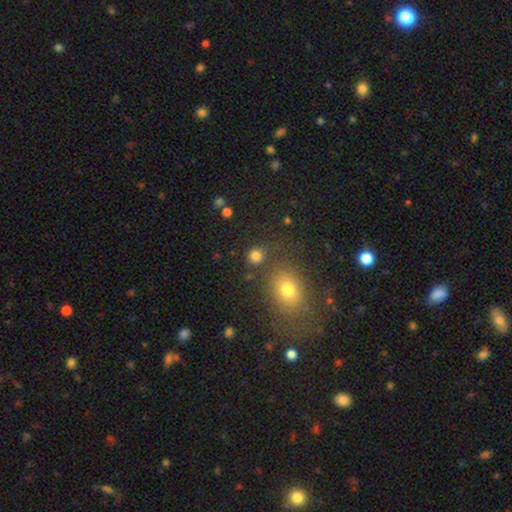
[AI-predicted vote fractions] Smooth or featured? Predicted: smooth (p=0.80). How rounded? Predicted: round (p=0.82). Merging? Predicted: none (p=0.78).